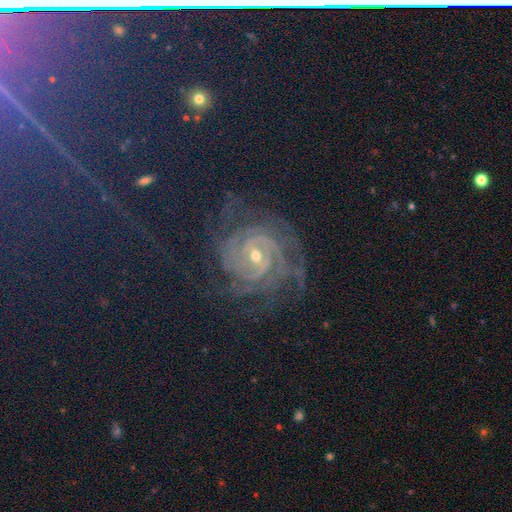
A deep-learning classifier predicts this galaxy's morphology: Overall: featured or disk (57%; star or artifact 30%). Edge-on disk: no (96%). Bar: no (52%; weak 32%). Spiral arms: yes (95%). Spiral arm count: can't tell (22%; 2 20%). Spiral winding: tight (74%). Bulge size: small (65%; moderate 30%). Merging: none (78%).